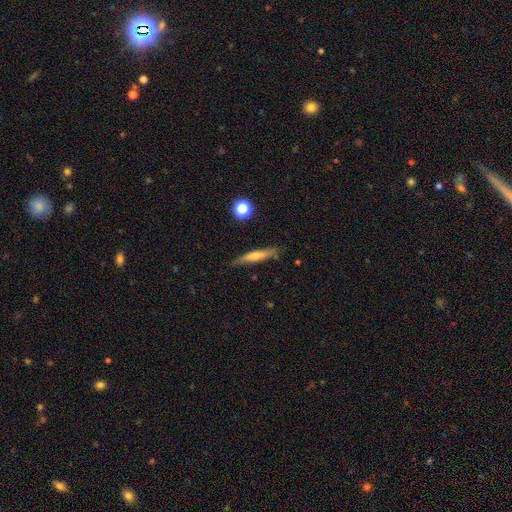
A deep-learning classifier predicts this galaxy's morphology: Smooth or featured? Predicted: smooth (p=0.49). Merging? Predicted: none (p=0.83).